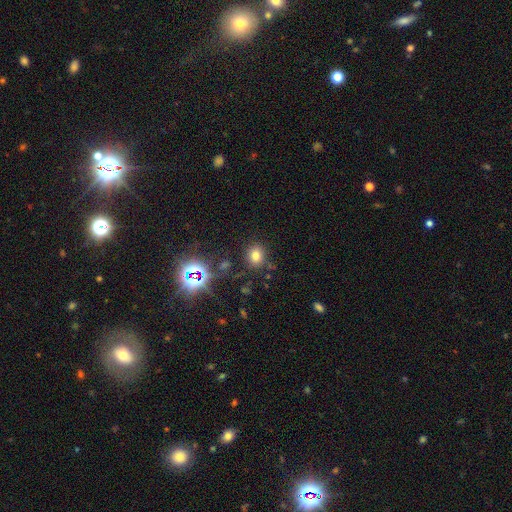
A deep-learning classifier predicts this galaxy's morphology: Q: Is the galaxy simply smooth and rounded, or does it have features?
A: smooth — 70%.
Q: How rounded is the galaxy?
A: round — 65%.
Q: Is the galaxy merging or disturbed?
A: none — 83%.